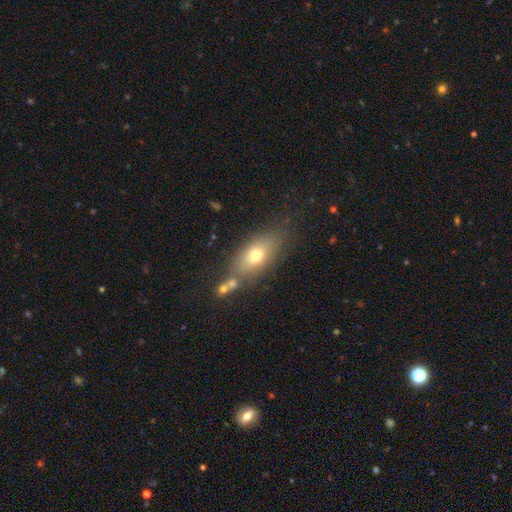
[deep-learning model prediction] Morphology: type=smooth (68%); roundness=in between (77%); merging=none (64%).